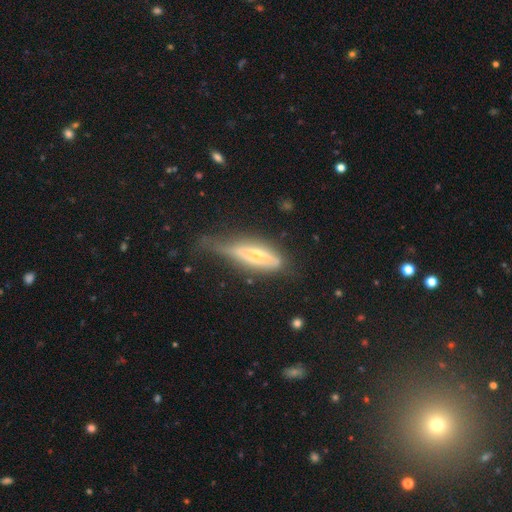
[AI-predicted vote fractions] This is likely a featured or disk galaxy (63%). It is possibly viewed edge-on (58%). Merging: marginally minor disturbance (38%).